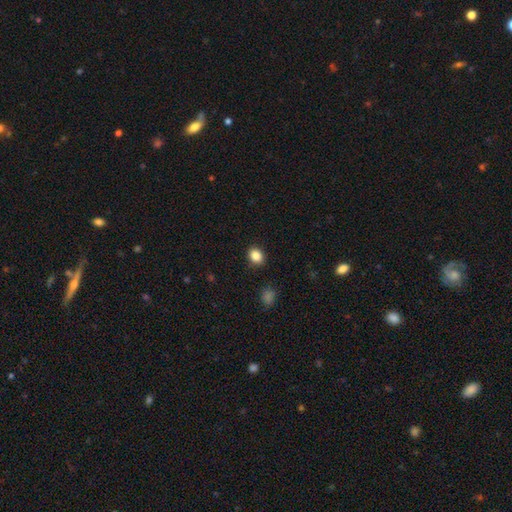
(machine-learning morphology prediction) This appears to be a smooth galaxy with no disk features (86%) that is round (53%). Merging: none (89%).